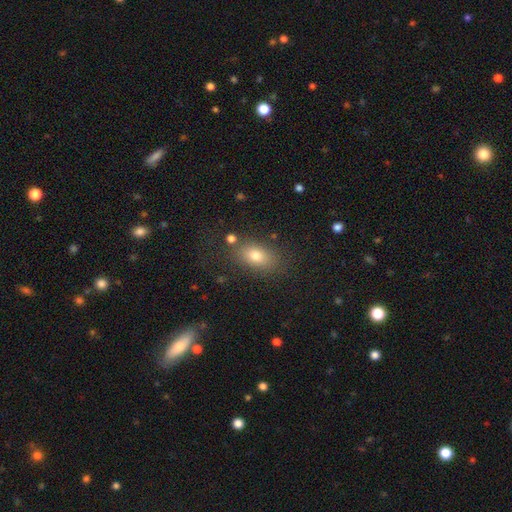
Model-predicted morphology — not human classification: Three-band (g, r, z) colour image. It shows a smooth galaxy with no disk features (77%) that is in between round and cigar-shaped (82%). Merging: none (77%).